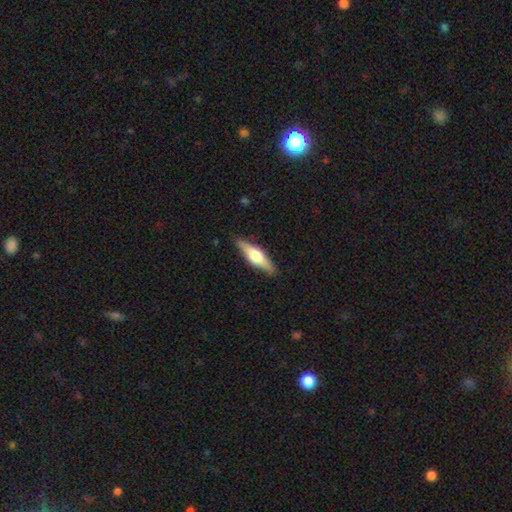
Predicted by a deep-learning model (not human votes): Q: Smooth or featured?
A: featured or disk (56%); runner-up: smooth (38%)
Q: Edge-on disk?
A: yes (94%); runner-up: no (6%)
Q: Edge-on bulge?
A: rounded (91%); runner-up: boxy (7%)
Q: Merging?
A: none (88%); runner-up: minor disturbance (10%)